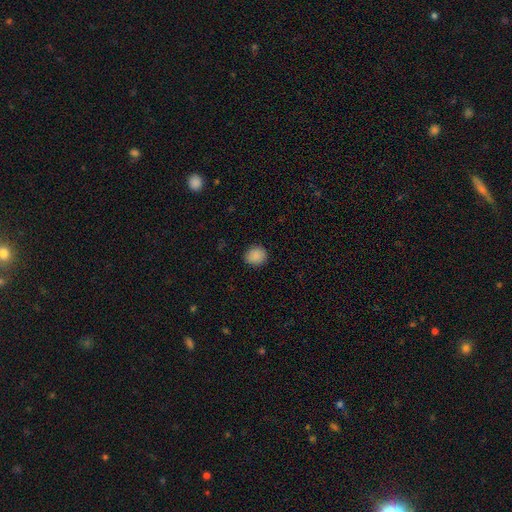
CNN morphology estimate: A smooth galaxy with no disk features (88%) that is round (80%). Merging: none (89%).